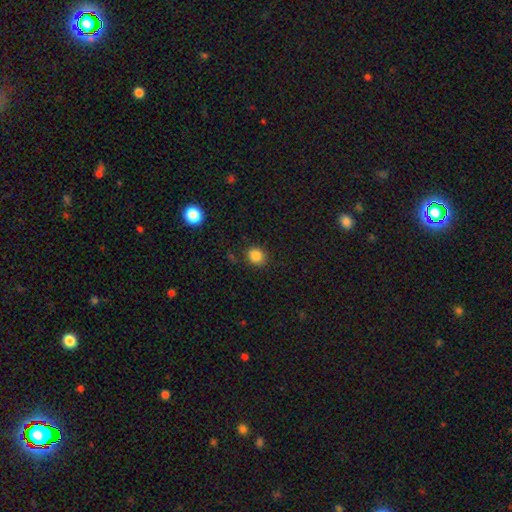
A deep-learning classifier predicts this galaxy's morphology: smooth-or-featured: smooth: 85% | star or artifact: 11% | featured or disk: 4%
  how-rounded: round: 73% | in between: 26% | cigar-shaped: 1%
  merging: none: 83% | minor disturbance: 11% | major disturbance: 3% | merger: 2%